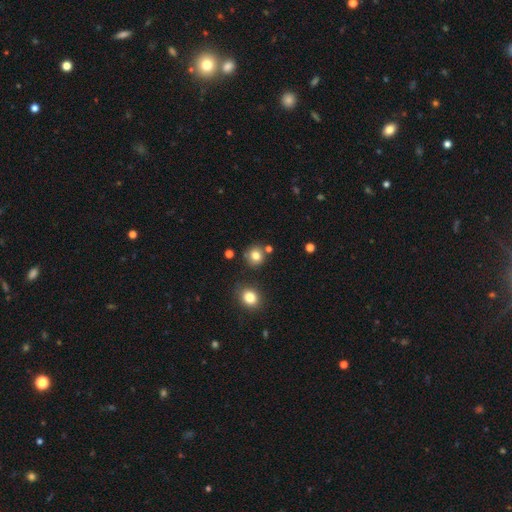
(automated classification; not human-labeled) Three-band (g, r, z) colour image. It shows a smooth galaxy with no disk features (80%) that is round (87%). Merging: none (81%).